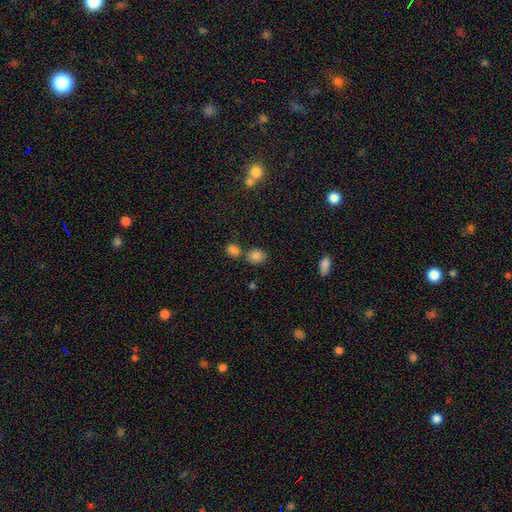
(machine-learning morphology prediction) Smooth or featured: smooth — 83% (star or artifact — 12%)
How rounded: in between — 50% (round — 49%)
Merging: none — 58% (merger — 26%)